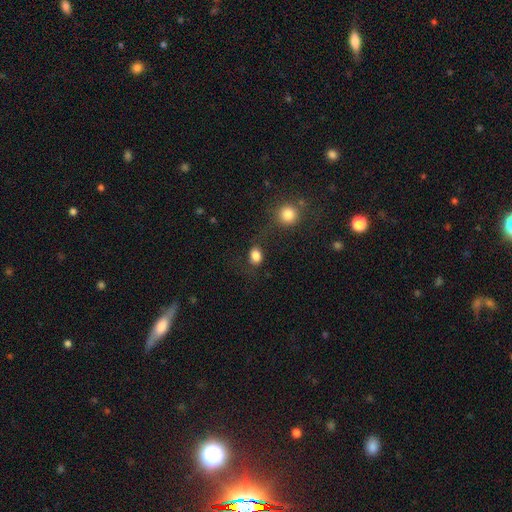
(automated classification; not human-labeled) This is clearly a smooth galaxy (83%). How rounded: possibly in between (58%). Merging: likely none (62%).